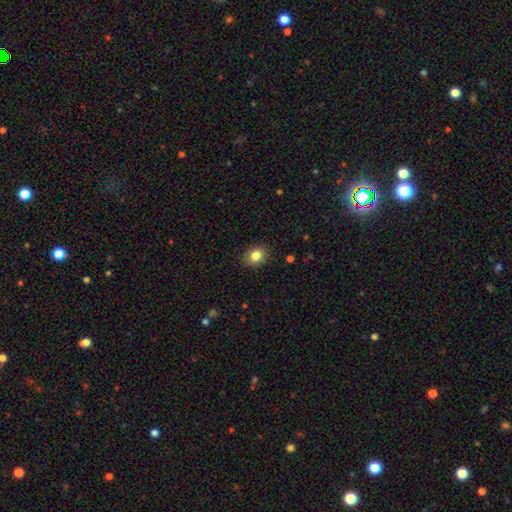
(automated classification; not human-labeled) Overall: smooth (83%). How rounded: in between (57%; round 42%). Merging: none (88%).